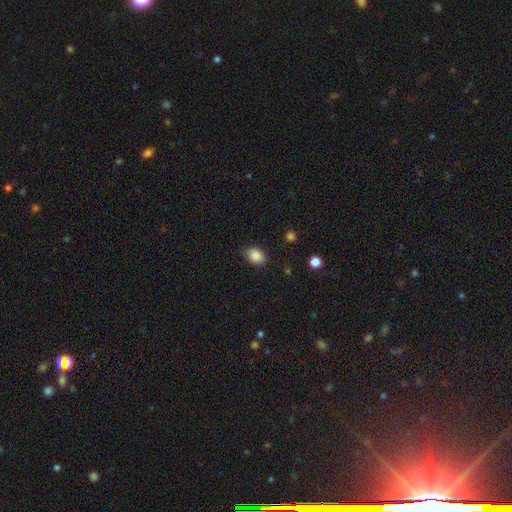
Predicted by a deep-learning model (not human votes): Morphology: type=smooth (87%); roundness=in between (70%); merging=none (78%).